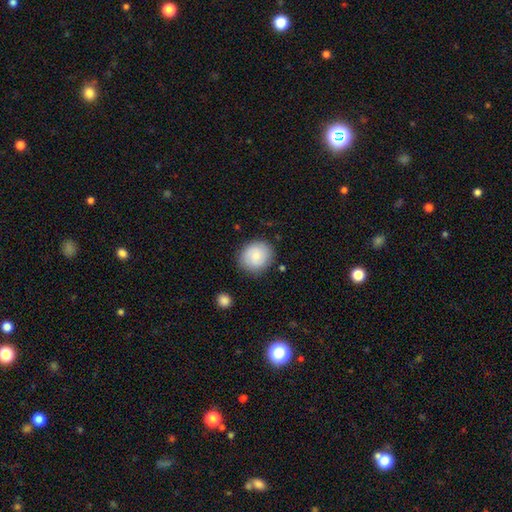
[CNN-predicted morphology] type=smooth (79%); roundness=round (78%); merging=none (82%).